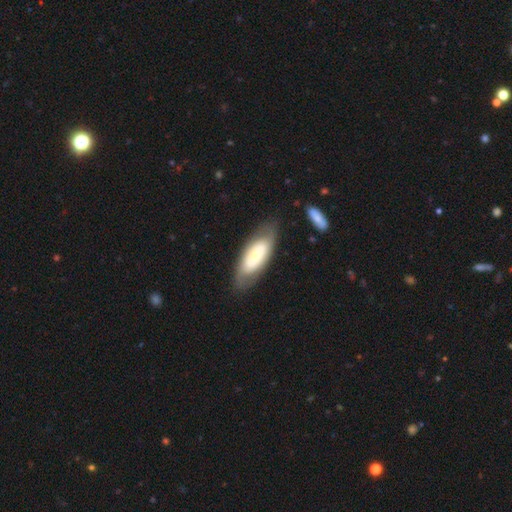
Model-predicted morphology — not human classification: A featured or disk galaxy (52%). Merging: none (75%).